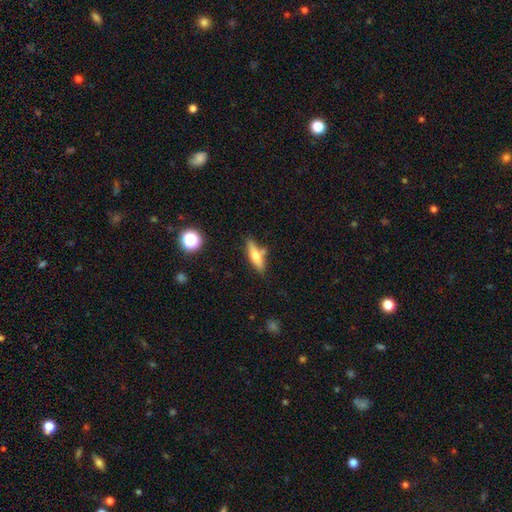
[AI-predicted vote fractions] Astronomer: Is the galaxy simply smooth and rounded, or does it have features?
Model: smooth — 54% (runner-up: featured or disk, 38%).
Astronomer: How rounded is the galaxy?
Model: cigar-shaped — 62%.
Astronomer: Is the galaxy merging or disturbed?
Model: none — 70%.